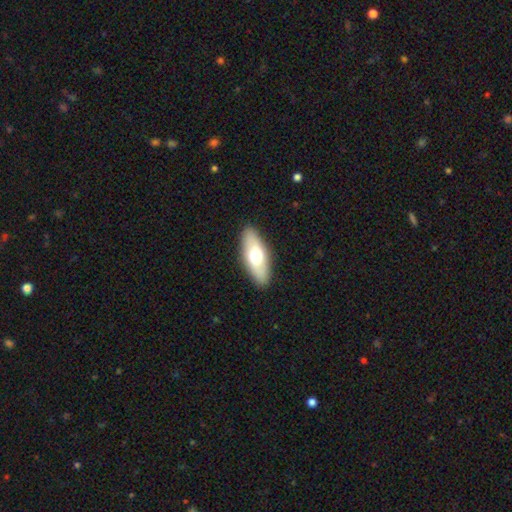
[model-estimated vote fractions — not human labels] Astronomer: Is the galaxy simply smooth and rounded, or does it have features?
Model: smooth — 63%.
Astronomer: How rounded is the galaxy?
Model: in between — 74%.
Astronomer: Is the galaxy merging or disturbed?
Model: none — 89%.